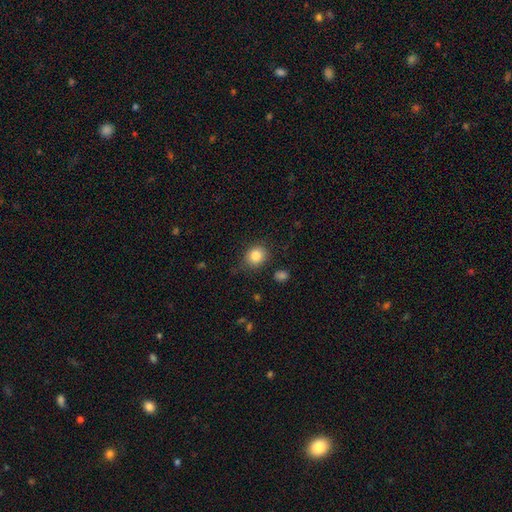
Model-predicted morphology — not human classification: Smooth or featured? smooth (84%)
How rounded? round (75%)
Merging? none (81%)